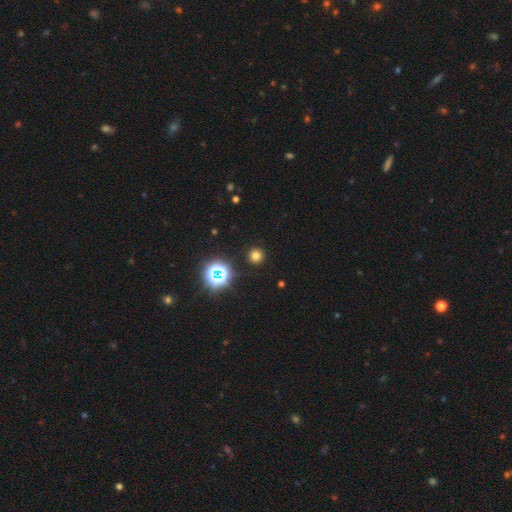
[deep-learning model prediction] smooth-or-featured: smooth: 72% | star or artifact: 23% | featured or disk: 5%
  how-rounded: round: 95% | in between: 4% | cigar-shaped: 1%
  merging: none: 91% | minor disturbance: 5% | major disturbance: 2% | merger: 1%